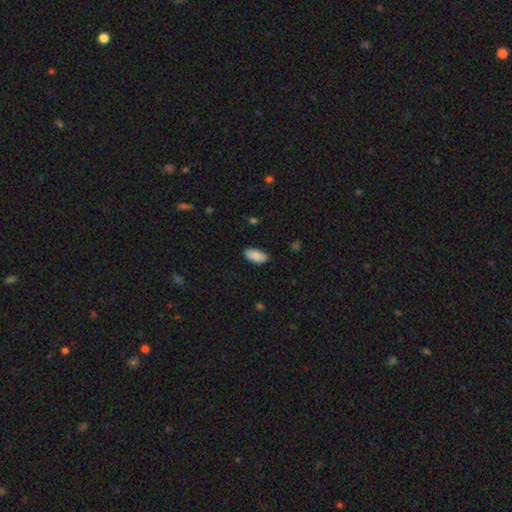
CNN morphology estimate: A smooth galaxy with no disk features (89%) that is in between round and cigar-shaped (92%). Merging: none (87%).